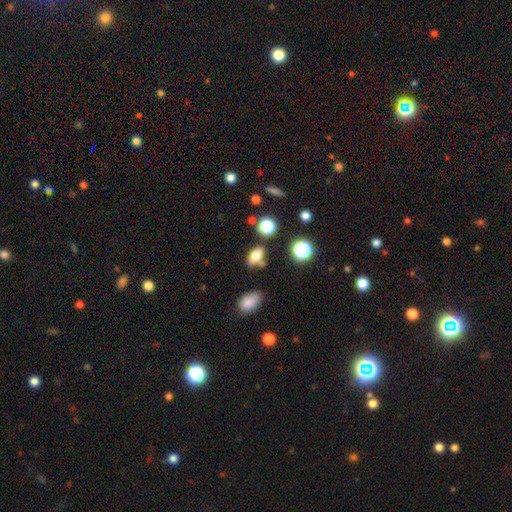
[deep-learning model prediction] smooth 72%, featured or disk 14%, star or artifact 13%. Down the decision tree: how rounded — in between (82%); merging — none (69%).